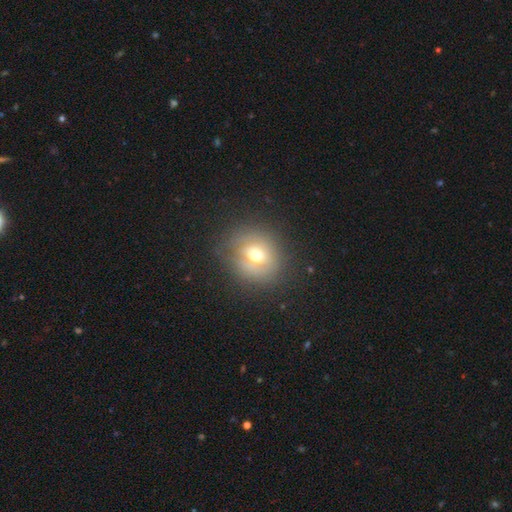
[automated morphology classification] This appears to be a smooth galaxy with no disk features (57%) that is round (80%). Merging: none (74%).